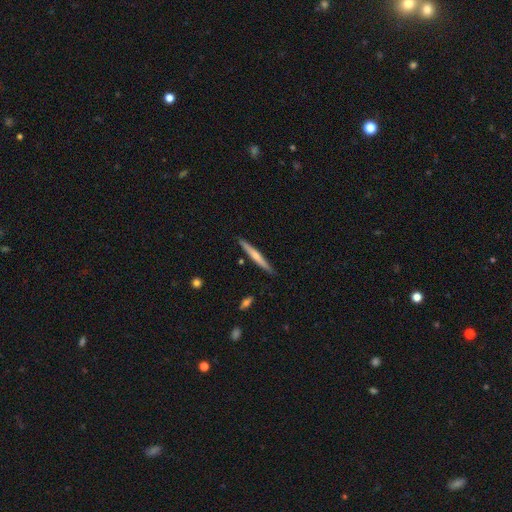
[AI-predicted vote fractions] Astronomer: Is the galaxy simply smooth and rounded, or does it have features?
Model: smooth — 50% (runner-up: featured or disk, 45%).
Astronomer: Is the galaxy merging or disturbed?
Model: none — 88%.